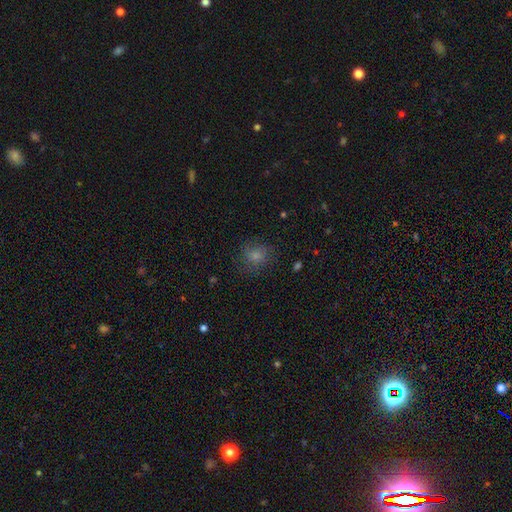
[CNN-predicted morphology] Smooth or featured? smooth (74%)
How rounded? round (76%)
Merging? none (73%)